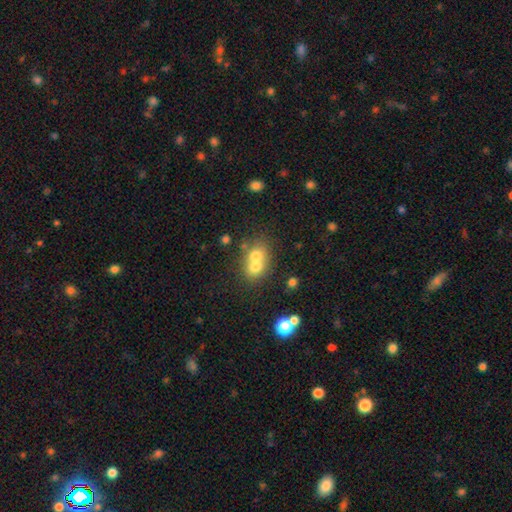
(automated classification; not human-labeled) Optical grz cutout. It shows a smooth galaxy with no disk features (68%) that is round (62%). Merging: merger (68%).